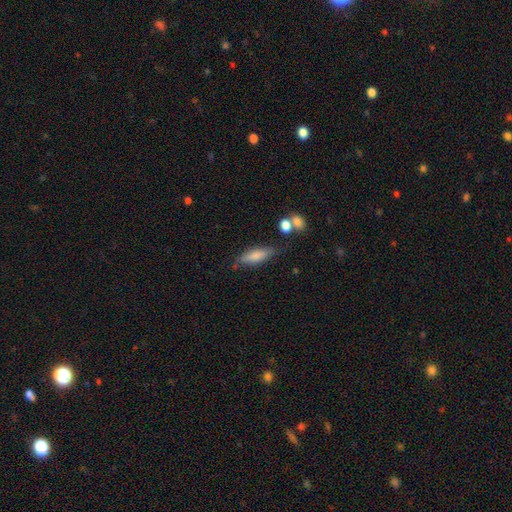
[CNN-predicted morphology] type=smooth (73%); roundness=cigar-shaped (54%); merging=none (69%).